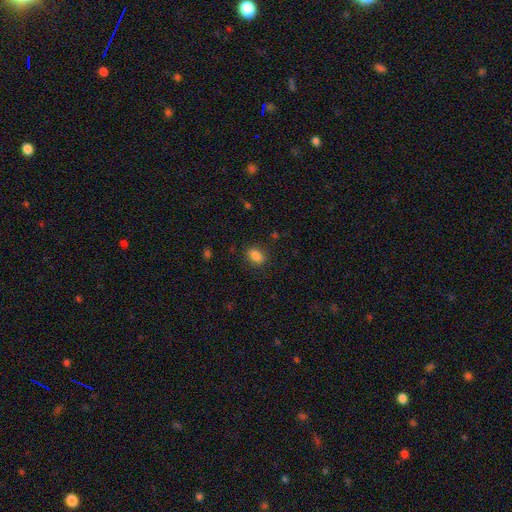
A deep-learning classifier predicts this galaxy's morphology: type=smooth (86%); roundness=in between (81%); merging=none (86%).